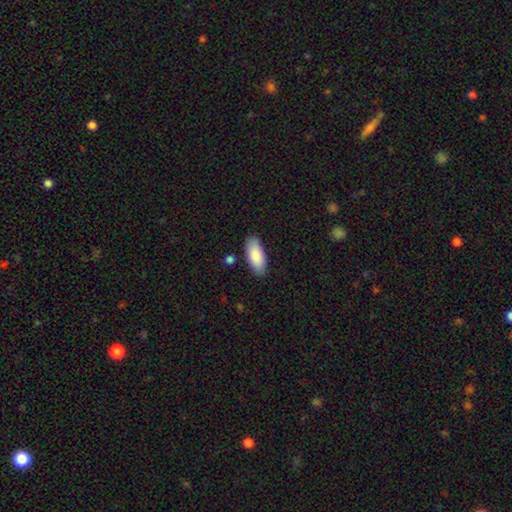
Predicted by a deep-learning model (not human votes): Overall: smooth (88%). How rounded: in between (86%). Merging: none (86%).